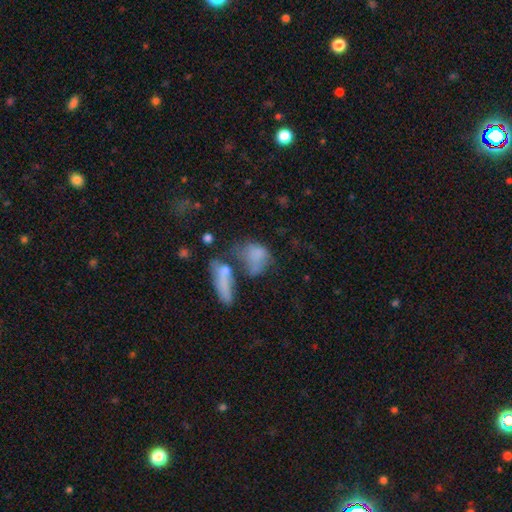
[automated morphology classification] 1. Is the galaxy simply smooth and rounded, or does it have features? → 67% smooth, 21% featured or disk, 12% star or artifact.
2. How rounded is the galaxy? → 67% in between, 27% round, 6% cigar-shaped.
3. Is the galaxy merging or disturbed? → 40% merger, 24% major disturbance, 21% none, 16% minor disturbance.